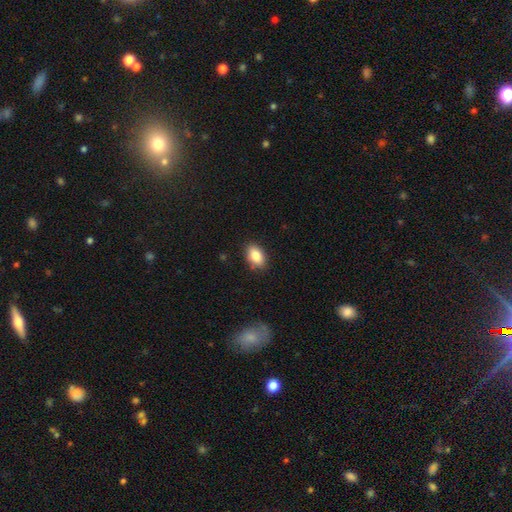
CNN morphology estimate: This is clearly a smooth galaxy (86%). How rounded: clearly in between (89%). Merging: clearly none (86%).